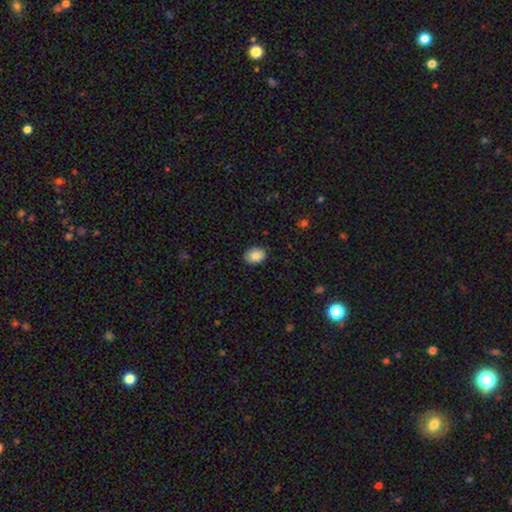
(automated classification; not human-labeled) This is clearly a smooth galaxy (88%). How rounded: likely in between (62%). Merging: clearly none (87%).